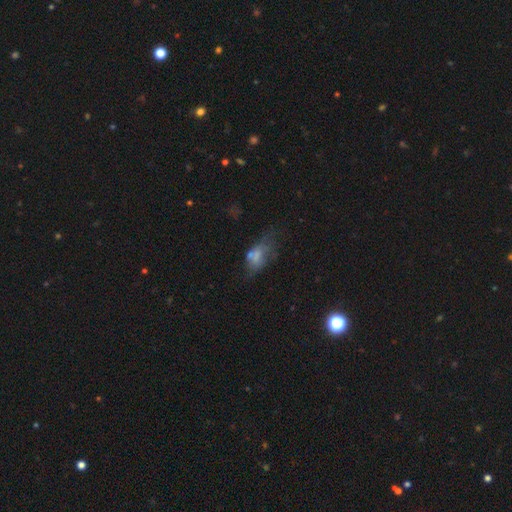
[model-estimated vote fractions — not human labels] smooth-or-featured: smooth: 56% | featured or disk: 31% | star or artifact: 13%
  how-rounded: in between: 86% | round: 10% | cigar-shaped: 3%
  merging: major disturbance: 36% | none: 25% | minor disturbance: 23% | merger: 16%